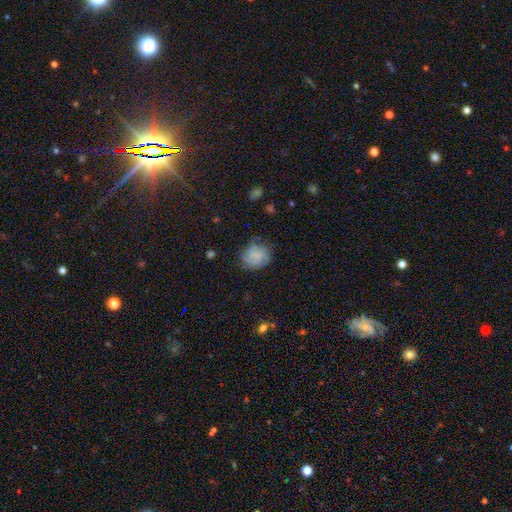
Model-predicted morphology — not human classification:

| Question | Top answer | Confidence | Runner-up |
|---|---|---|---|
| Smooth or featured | smooth | 65% | featured or disk (25%) |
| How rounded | round | 67% | in between (32%) |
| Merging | none | 65% | minor disturbance (24%) |